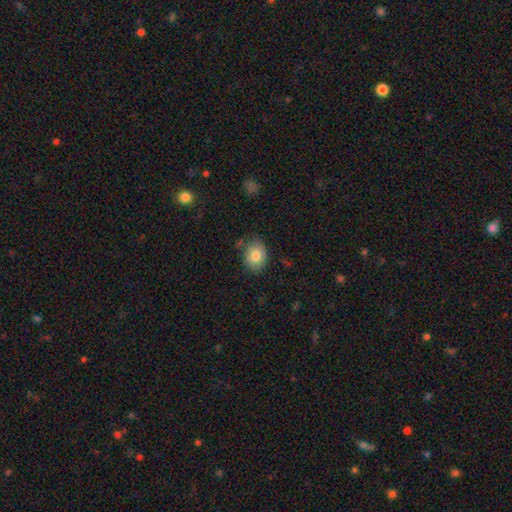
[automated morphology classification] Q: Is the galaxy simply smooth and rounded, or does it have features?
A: smooth — 80%.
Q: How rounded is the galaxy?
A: in between — 61%.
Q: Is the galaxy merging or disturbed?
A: none — 75%.